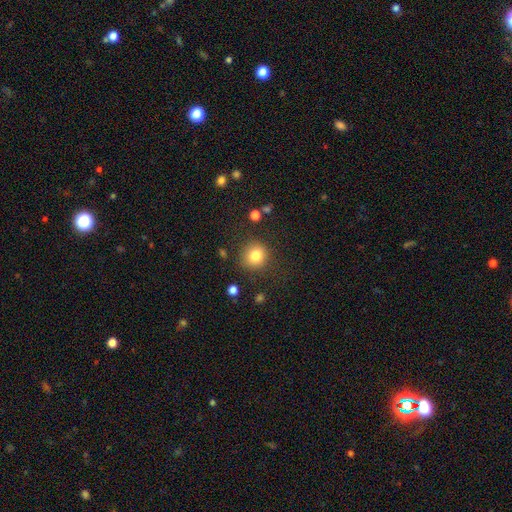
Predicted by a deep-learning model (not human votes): A smooth galaxy with no disk features (82%) that is round (90%).

Vote fractions:
- Smooth or featured? smooth: 82% / star or artifact: 11% / featured or disk: 7%
- How rounded? round: 90% / in between: 9% / cigar-shaped: 1%
- Merging? none: 84% / minor disturbance: 10% / major disturbance: 4% / merger: 2%